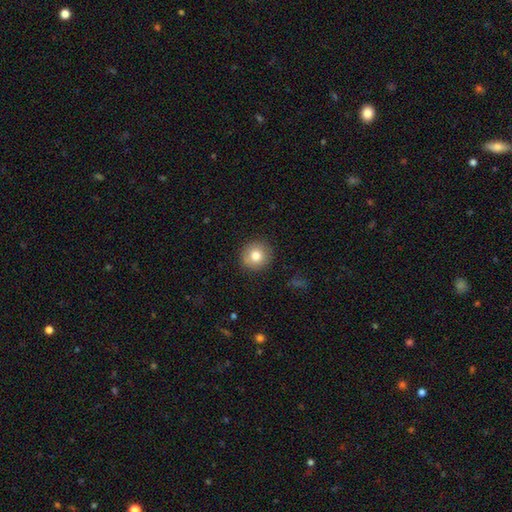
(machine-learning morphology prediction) This is clearly a smooth galaxy (80%). How rounded: clearly round (93%). Merging: clearly none (90%).